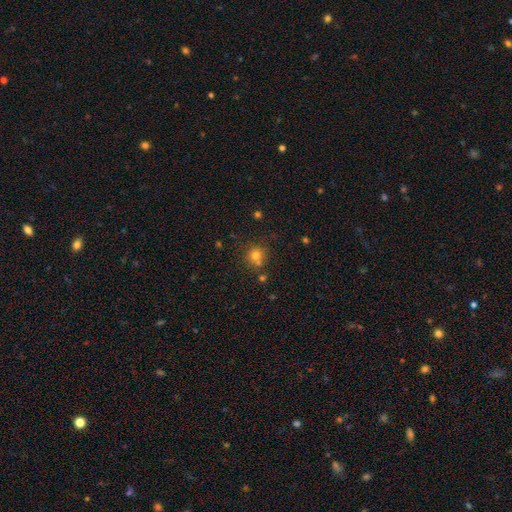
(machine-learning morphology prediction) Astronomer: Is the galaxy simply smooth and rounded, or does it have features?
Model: smooth — 75%.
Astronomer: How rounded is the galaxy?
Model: round — 89%.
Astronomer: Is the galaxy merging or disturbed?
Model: none — 65%.